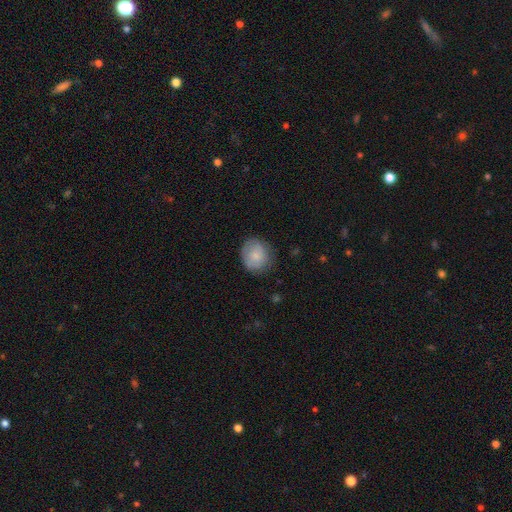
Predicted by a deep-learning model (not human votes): Overall: smooth (80%). How rounded: round (75%). Merging: none (76%).